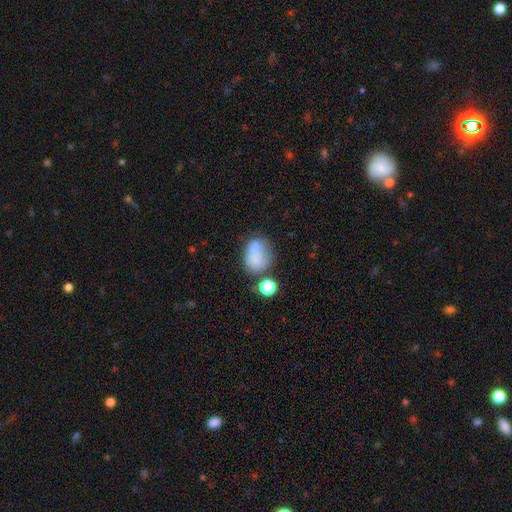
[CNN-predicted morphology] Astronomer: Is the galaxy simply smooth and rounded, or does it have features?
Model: smooth — 74%.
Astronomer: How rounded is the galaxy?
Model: in between — 65%.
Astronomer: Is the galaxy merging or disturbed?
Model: none — 40% (runner-up: minor disturbance, 25%).